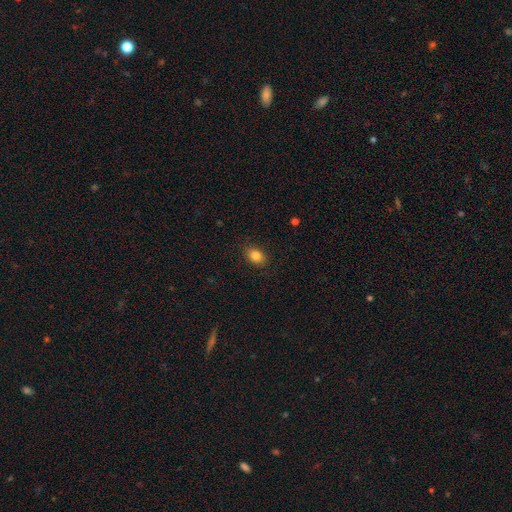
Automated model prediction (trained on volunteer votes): smooth_or_featured: smooth (p=0.84) [alt: star or artifact p=0.09]
how_rounded: in between (p=0.74) [alt: round p=0.25]
merging: none (p=0.88) [alt: minor disturbance p=0.09]